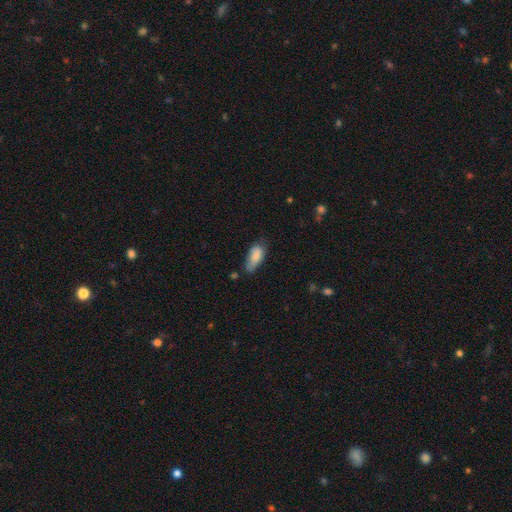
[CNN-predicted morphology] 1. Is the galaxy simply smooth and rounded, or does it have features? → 82% smooth, 11% featured or disk, 7% star or artifact.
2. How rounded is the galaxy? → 84% in between, 13% cigar-shaped, 3% round.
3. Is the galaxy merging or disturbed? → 44% none, 39% minor disturbance, 12% major disturbance, 5% merger.